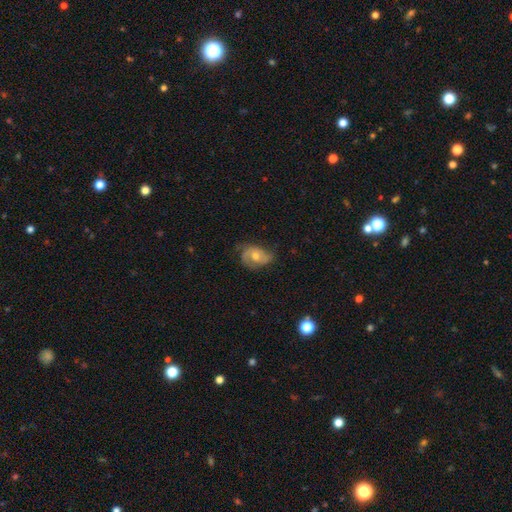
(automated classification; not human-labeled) Q: Smooth or featured?
A: featured or disk (66%); runner-up: smooth (25%)
Q: Edge-on disk?
A: no (96%); runner-up: yes (4%)
Q: Bar?
A: no (69%); runner-up: weak (25%)
Q: Spiral arms?
A: yes (87%); runner-up: no (13%)
Q: Spiral winding?
A: medium (43%); runner-up: tight (30%)
Q: Spiral arm count?
A: 2 (63%); runner-up: can't tell (16%)
Q: Bulge size?
A: moderate (67%); runner-up: small (27%)
Q: Merging?
A: none (58%); runner-up: minor disturbance (28%)